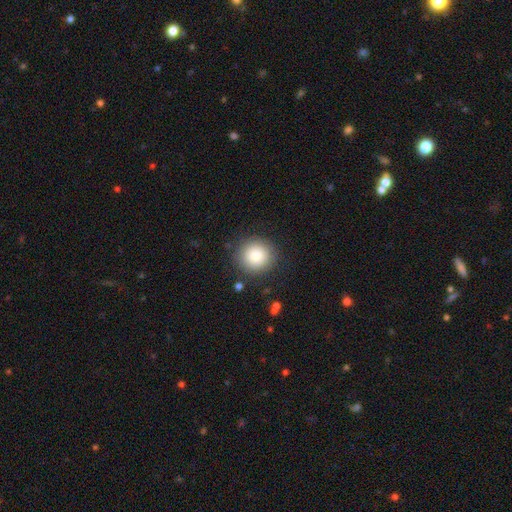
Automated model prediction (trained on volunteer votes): Q: Smooth or featured?
A: smooth (81%); runner-up: featured or disk (10%)
Q: How rounded?
A: round (93%); runner-up: in between (6%)
Q: Merging?
A: none (87%); runner-up: minor disturbance (9%)